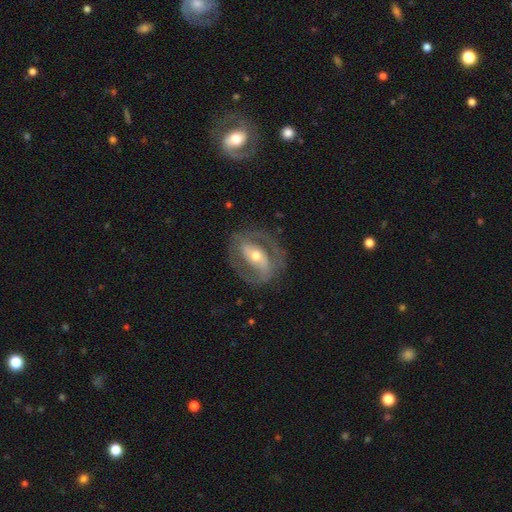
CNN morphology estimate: A featured or disk galaxy (82%) with a strong bar (48%), 2 (83%) medium (45%) spiral arms (78%) and a moderate central bulge (60%).

Vote fractions:
- Smooth or featured? featured or disk: 82% / smooth: 13% / star or artifact: 5%
- Edge-on disk? no: 94% / yes: 6%
- Bar? strong: 48% / weak: 28% / no: 24%
- Spiral arms? yes: 78% / no: 22%
- Spiral winding? medium: 45% / tight: 39% / loose: 16%
- Spiral arm count? 2: 83% / can't tell: 9% / 1: 4% / 3: 2% / 4: 1% / more than 4: 1%
- Bulge size? moderate: 60% / small: 33% / large: 5% / none: 1% / dominant: 1%
- Merging? none: 77% / minor disturbance: 13% / major disturbance: 9% / merger: 1%